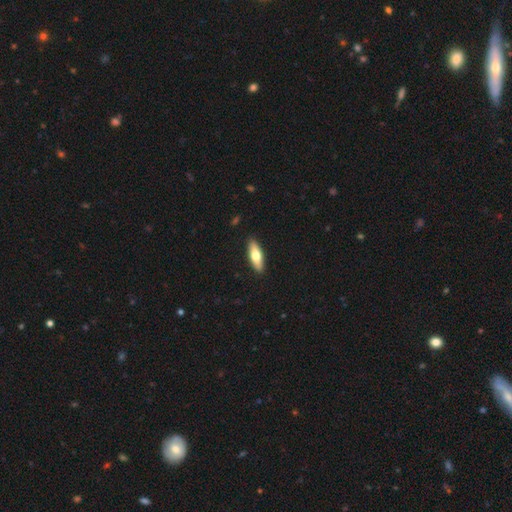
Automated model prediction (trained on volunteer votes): The model was most divided on "how rounded": in between: 52%, cigar-shaped: 46%, round: 2%. More confident: merging — none (90%); smooth or featured — smooth (65%).